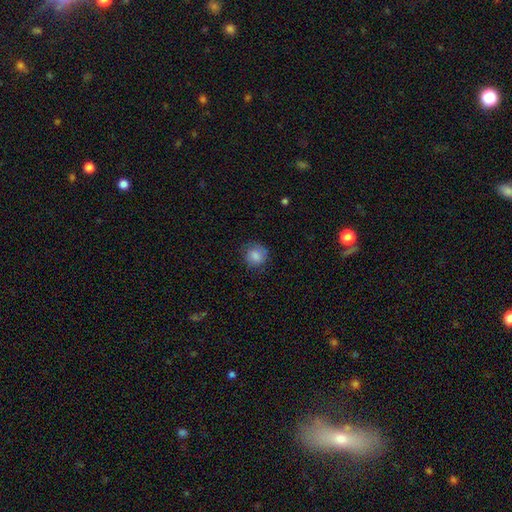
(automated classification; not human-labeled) Smooth or featured: smooth — 84% (star or artifact — 9%)
How rounded: round — 85% (in between — 14%)
Merging: none — 76% (minor disturbance — 18%)